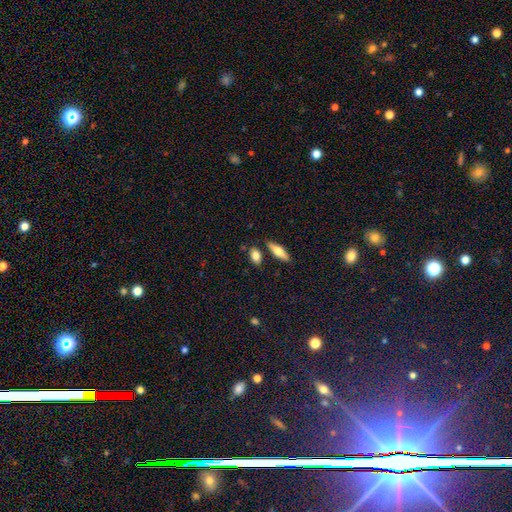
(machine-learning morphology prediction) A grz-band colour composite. It shows a smooth galaxy with no disk features (77%) that is in between round and cigar-shaped (79%). Merging: none (75%).